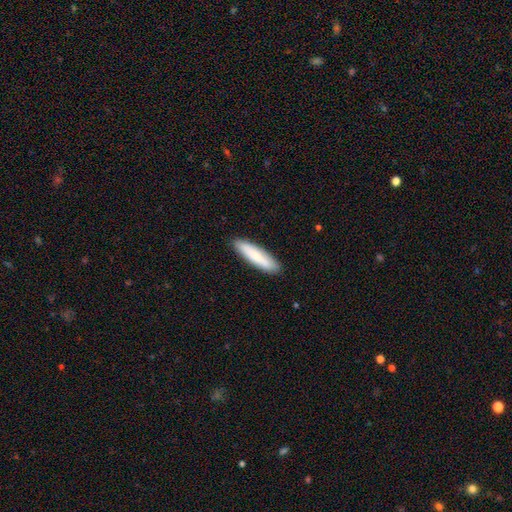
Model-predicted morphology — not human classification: Smooth or featured? smooth (81%)
How rounded? cigar-shaped (78%)
Merging? none (89%)